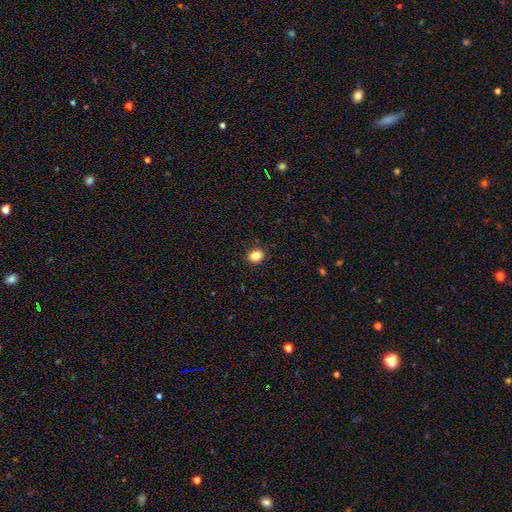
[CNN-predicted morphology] smooth_or_featured: smooth (p=0.85) [alt: star or artifact p=0.11]
how_rounded: round (p=0.65) [alt: in between p=0.34]
merging: none (p=0.90) [alt: minor disturbance p=0.07]